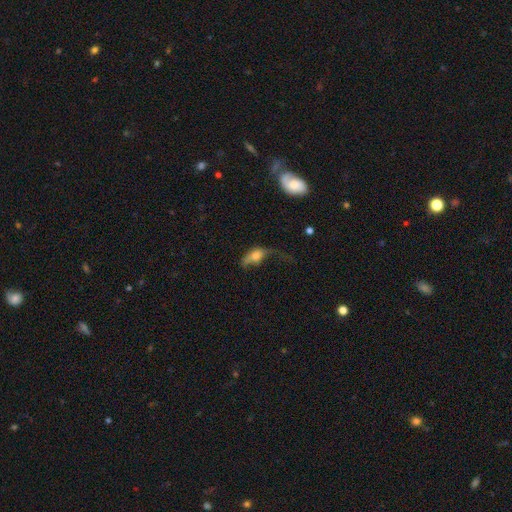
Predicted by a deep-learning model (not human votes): smooth_or_featured: smooth (p=0.62) [alt: featured or disk p=0.29]
how_rounded: in between (p=0.78) [alt: cigar-shaped p=0.12]
merging: major disturbance (p=0.51) [alt: minor disturbance p=0.22]